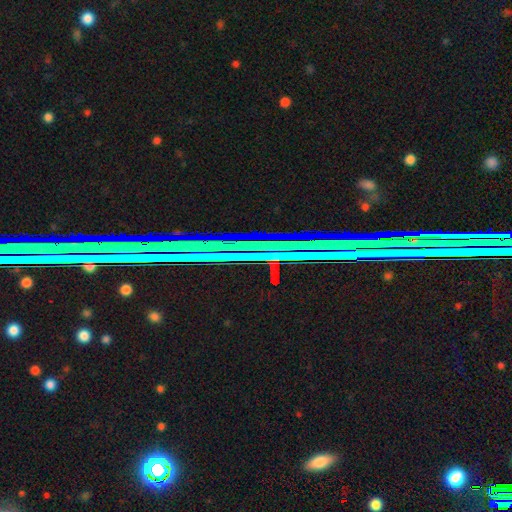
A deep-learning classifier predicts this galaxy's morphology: type=star or artifact (76%).